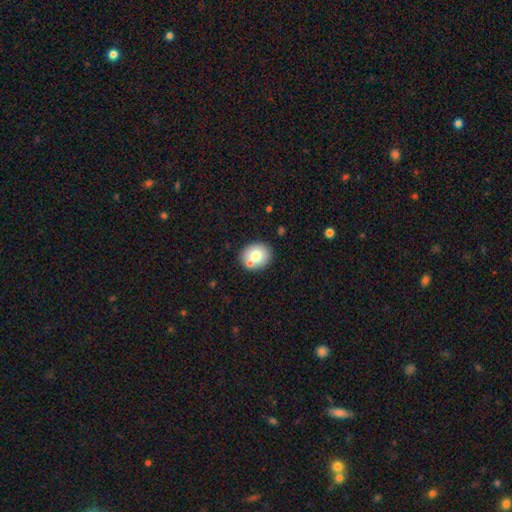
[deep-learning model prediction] smooth-or-featured: smooth: 72% | featured or disk: 19% | star or artifact: 9%
  how-rounded: round: 65% | in between: 34% | cigar-shaped: 1%
  merging: none: 72% | merger: 15% | minor disturbance: 10% | major disturbance: 3%